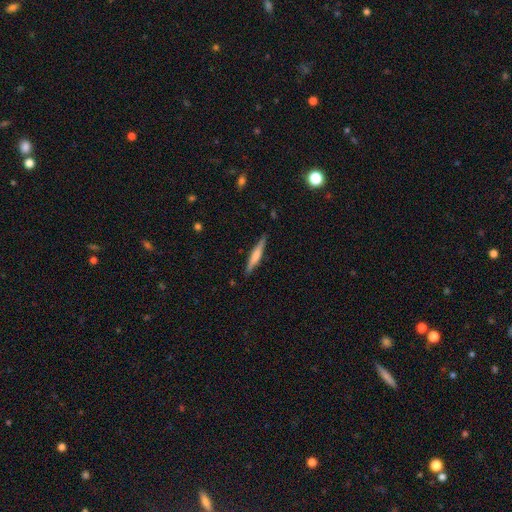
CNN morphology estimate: A smooth galaxy with no disk features (51%) that is cigar-shaped (93%). Merging: none (88%).